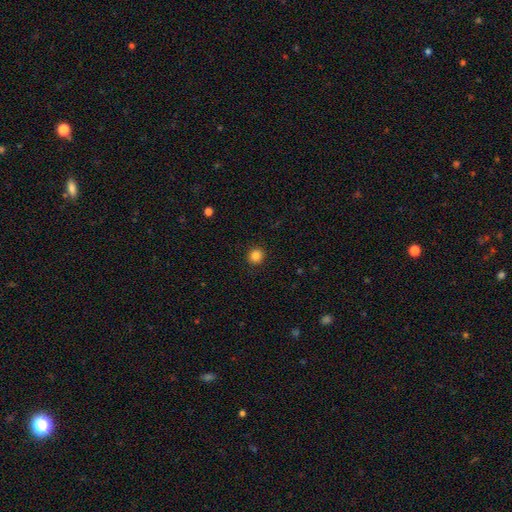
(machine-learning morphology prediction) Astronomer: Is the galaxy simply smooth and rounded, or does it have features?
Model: smooth — 85%.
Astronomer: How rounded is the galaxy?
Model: round — 89%.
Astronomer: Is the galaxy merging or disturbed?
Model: none — 92%.